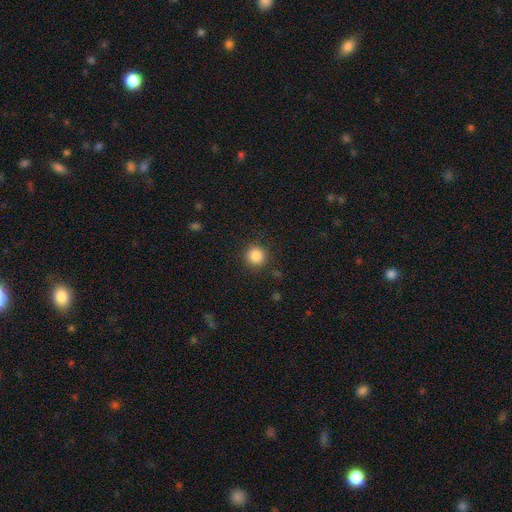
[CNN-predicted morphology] Q: Smooth or featured?
A: smooth (86%); runner-up: star or artifact (10%)
Q: How rounded?
A: round (94%); runner-up: in between (5%)
Q: Merging?
A: none (90%); runner-up: minor disturbance (6%)